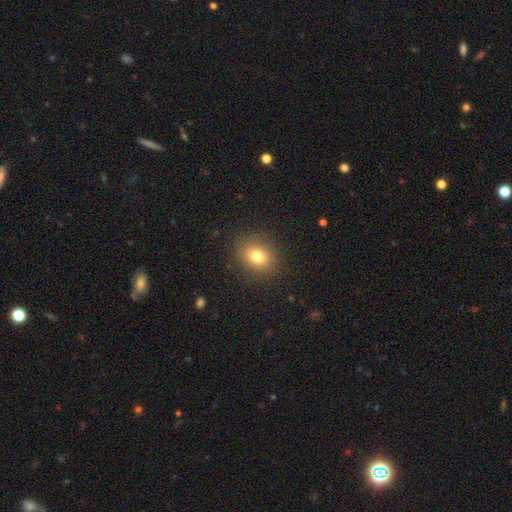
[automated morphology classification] This appears to be a smooth galaxy with no disk features (79%) that is in between round and cigar-shaped (50%). Merging: none (88%).